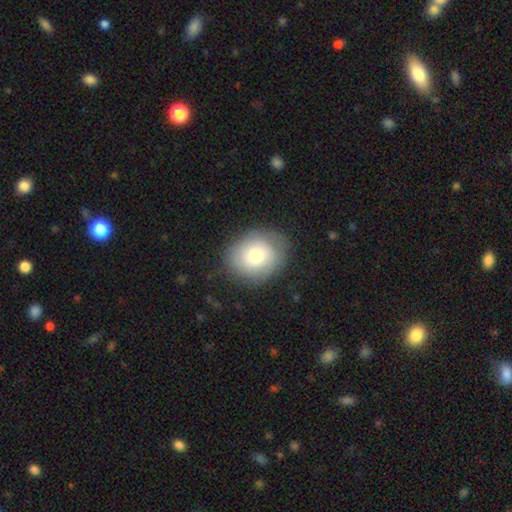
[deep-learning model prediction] Smooth or featured? Predicted: smooth (p=0.65). How rounded? Predicted: round (p=0.59). Merging? Predicted: none (p=0.76).